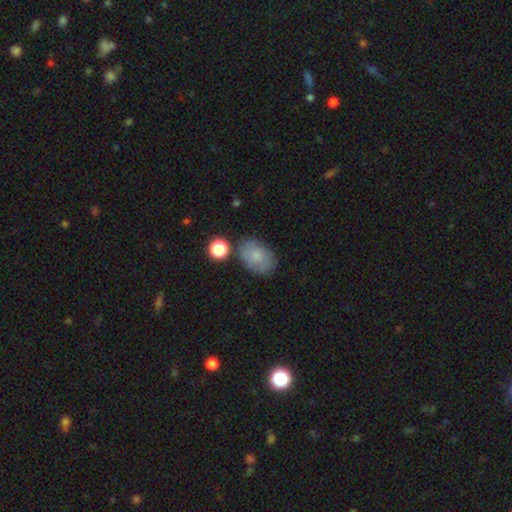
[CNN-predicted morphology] Smooth or featured? smooth (76%)
How rounded? in between (83%)
Merging? none (73%)